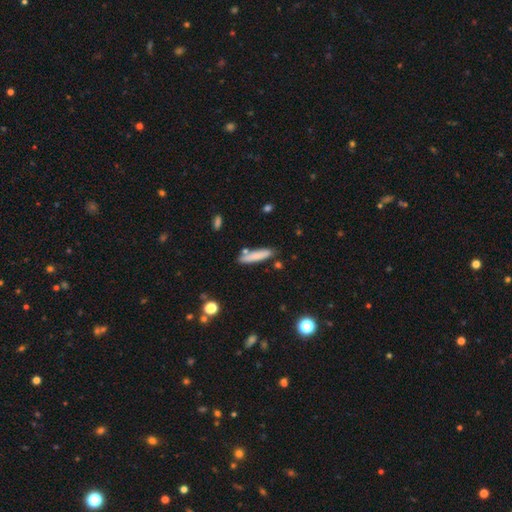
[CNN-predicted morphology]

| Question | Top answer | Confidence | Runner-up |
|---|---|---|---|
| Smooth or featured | smooth | 79% | featured or disk (14%) |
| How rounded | cigar-shaped | 85% | in between (14%) |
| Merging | none | 79% | minor disturbance (12%) |